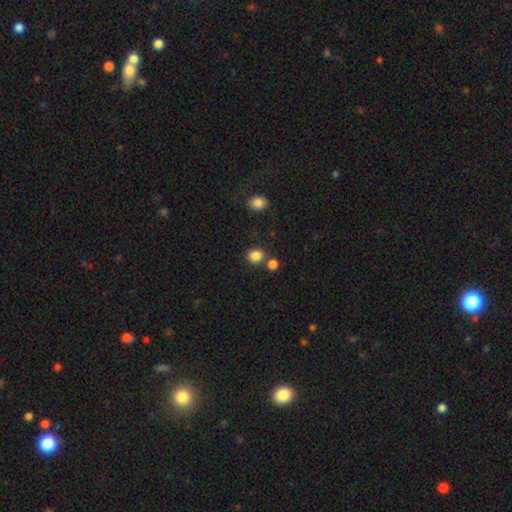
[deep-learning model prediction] smooth_or_featured: smooth (p=0.85) [alt: star or artifact p=0.11]
how_rounded: round (p=0.69) [alt: in between p=0.30]
merging: none (p=0.72) [alt: merger p=0.16]